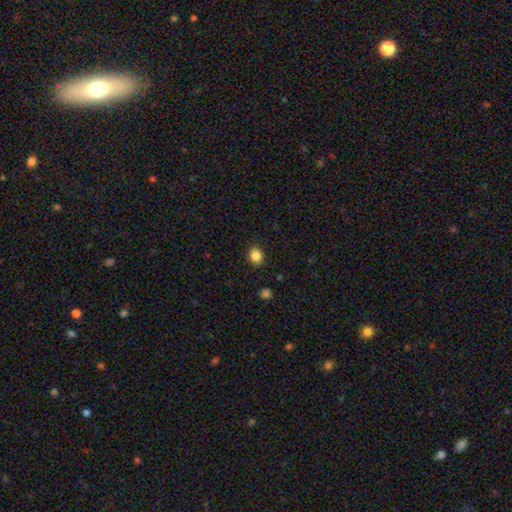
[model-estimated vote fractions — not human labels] Smooth or featured? smooth (86%)
How rounded? round (72%)
Merging? none (90%)